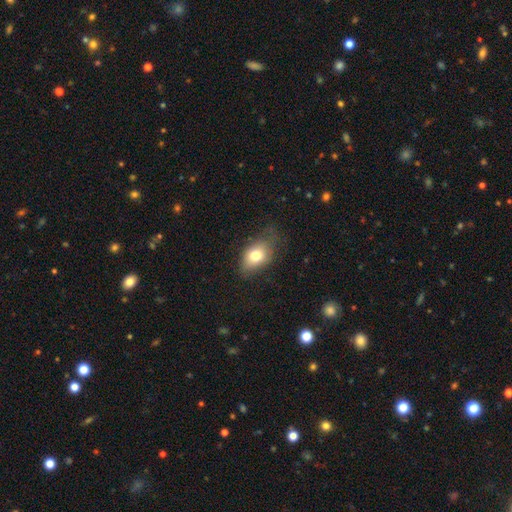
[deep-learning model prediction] smooth_or_featured: smooth (p=0.76) [alt: featured or disk p=0.15]
how_rounded: in between (p=0.81) [alt: round p=0.17]
merging: none (p=0.61) [alt: minor disturbance p=0.28]